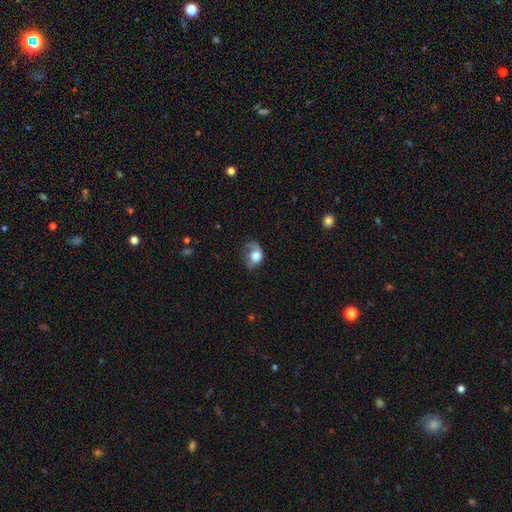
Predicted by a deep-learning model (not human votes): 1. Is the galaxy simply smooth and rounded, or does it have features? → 62% smooth, 30% featured or disk, 9% star or artifact.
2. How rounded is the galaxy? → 55% in between, 44% round, 1% cigar-shaped.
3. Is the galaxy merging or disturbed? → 41% major disturbance, 28% none, 28% minor disturbance, 3% merger.